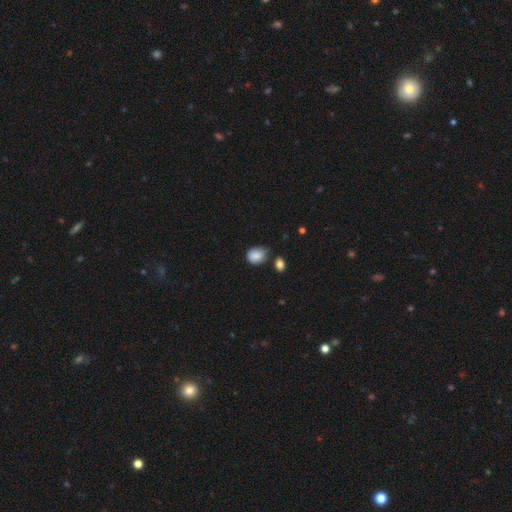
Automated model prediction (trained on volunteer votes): Morphology: type=smooth (83%); roundness=in between (54%); merging=none (49%).